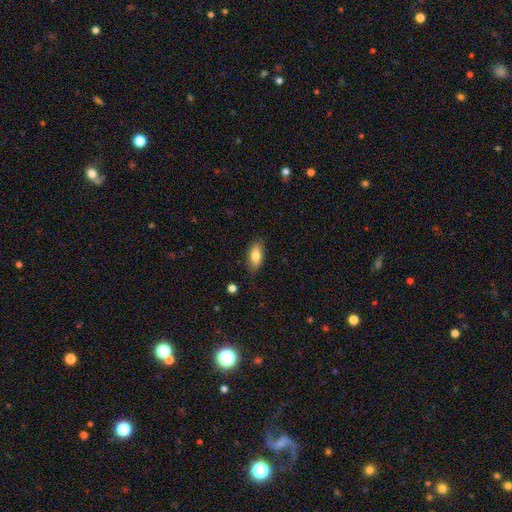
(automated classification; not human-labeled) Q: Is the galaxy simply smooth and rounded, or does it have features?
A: smooth — 77%.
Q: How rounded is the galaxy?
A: in between — 85%.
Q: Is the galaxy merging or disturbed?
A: none — 82%.